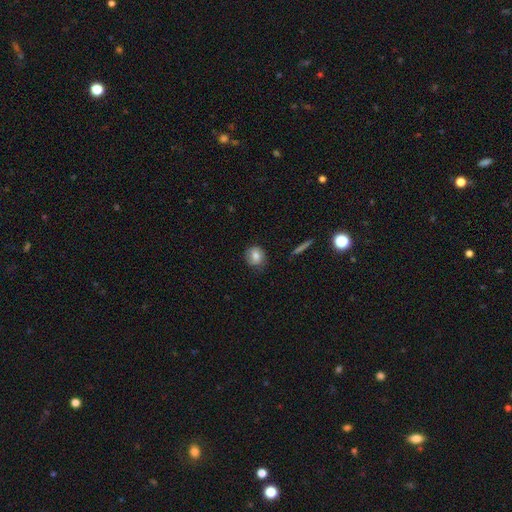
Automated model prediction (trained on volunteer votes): Smooth or featured? Predicted: smooth (p=0.72). How rounded? Predicted: round (p=0.81). Merging? Predicted: none (p=0.76).